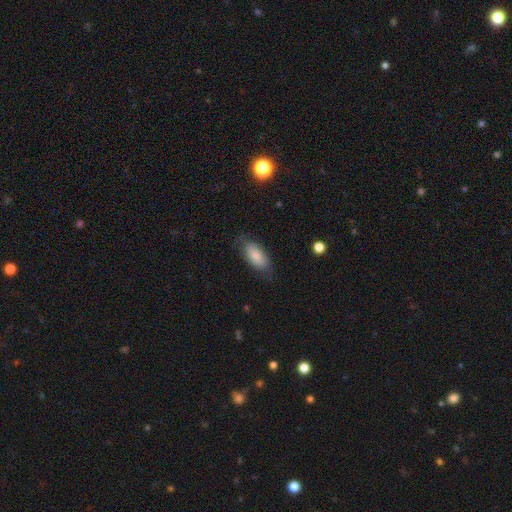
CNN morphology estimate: smooth 79%, featured or disk 14%, star or artifact 6%. Down the decision tree: how rounded — in between (90%); merging — none (72%).